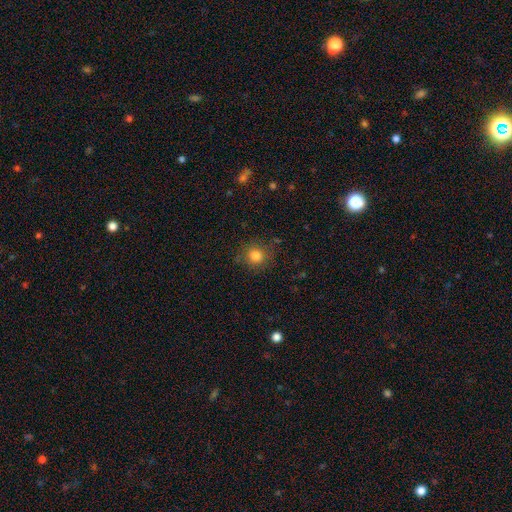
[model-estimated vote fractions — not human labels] This is clearly a smooth galaxy (82%). How rounded: clearly round (89%). Merging: clearly none (84%).